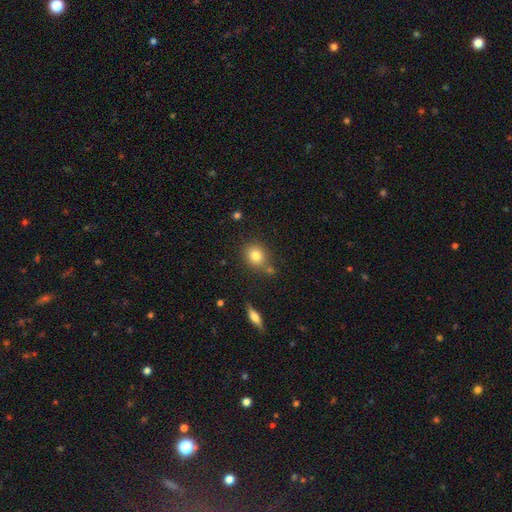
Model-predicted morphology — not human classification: This appears to be a smooth galaxy with no disk features (80%) that is round (70%). Merging: none (72%).